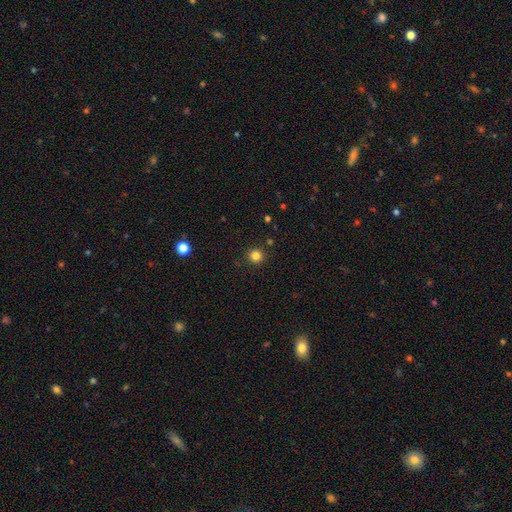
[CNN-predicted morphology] Smooth or featured: smooth — 83% (star or artifact — 13%)
How rounded: round — 95% (in between — 4%)
Merging: none — 91% (minor disturbance — 6%)